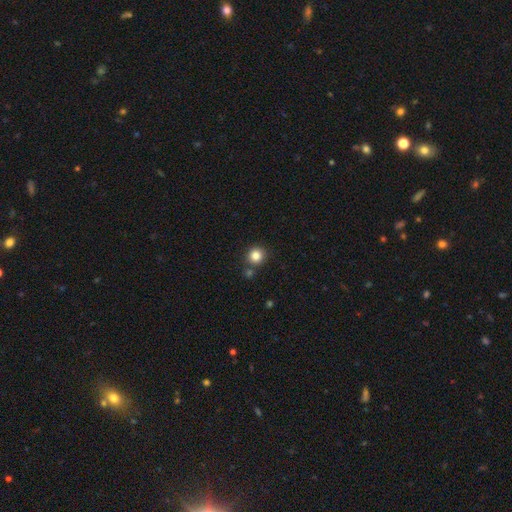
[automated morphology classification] The model was most divided on "merging": none: 80%, merger: 10%, minor disturbance: 8%, major disturbance: 2%. More confident: how rounded — round (93%); smooth or featured — smooth (84%).